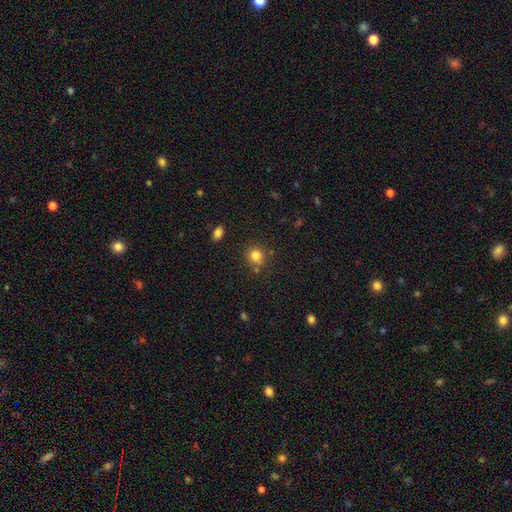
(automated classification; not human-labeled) This is clearly a smooth galaxy (81%). How rounded: clearly round (87%). Merging: likely none (75%).